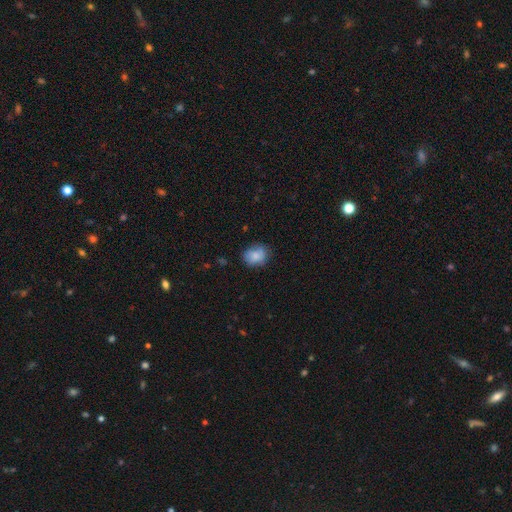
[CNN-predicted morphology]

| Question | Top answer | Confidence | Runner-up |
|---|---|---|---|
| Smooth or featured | smooth | 81% | featured or disk (10%) |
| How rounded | round | 50% | in between (49%) |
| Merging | none | 68% | minor disturbance (24%) |